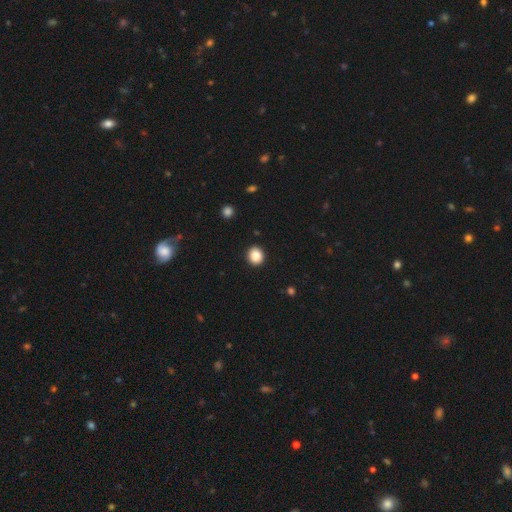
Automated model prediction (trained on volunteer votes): The model was most divided on "how rounded": round: 75%, in between: 24%, cigar-shaped: 1%. More confident: merging — none (92%); smooth or featured — smooth (87%).